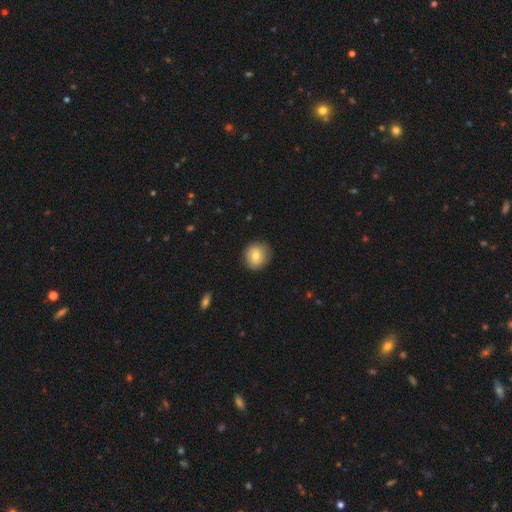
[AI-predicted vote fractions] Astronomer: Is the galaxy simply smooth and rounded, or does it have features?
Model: smooth — 71%.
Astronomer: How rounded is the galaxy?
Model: round — 84%.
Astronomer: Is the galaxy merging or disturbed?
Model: none — 83%.